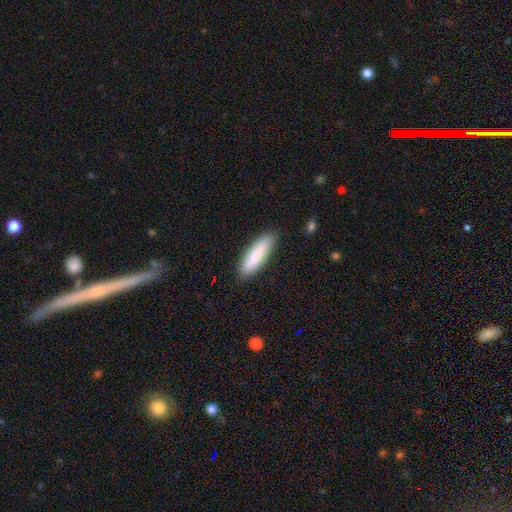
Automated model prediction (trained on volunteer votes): Smooth or featured? smooth (85%)
How rounded? cigar-shaped (65%)
Merging? none (89%)